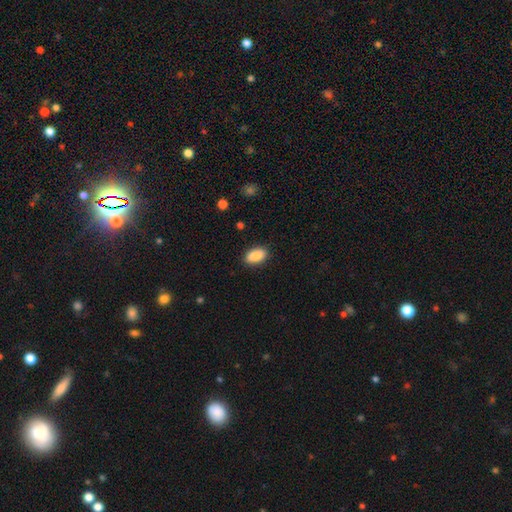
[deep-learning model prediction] smooth_or_featured: smooth (p=0.89) [alt: star or artifact p=0.07]
how_rounded: in between (p=0.92) [alt: round p=0.05]
merging: none (p=0.88) [alt: minor disturbance p=0.09]